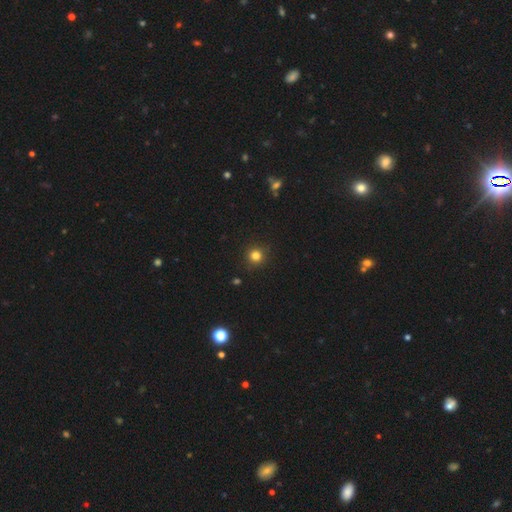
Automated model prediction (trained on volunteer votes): smooth 81%, star or artifact 14%, featured or disk 4%. Down the decision tree: how rounded — round (95%); merging — none (91%).